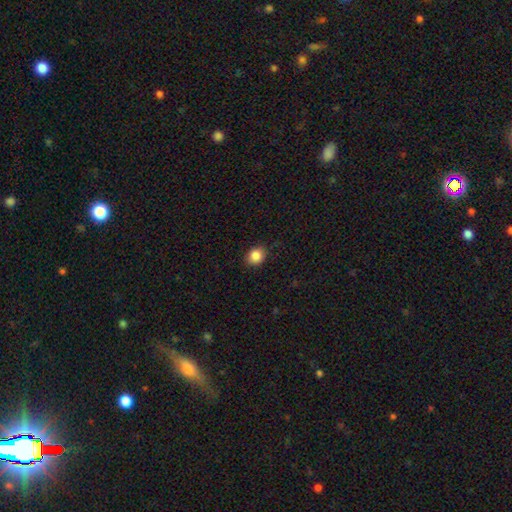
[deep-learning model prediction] A smooth galaxy with no disk features (87%) that is round (70%). Merging: none (85%).